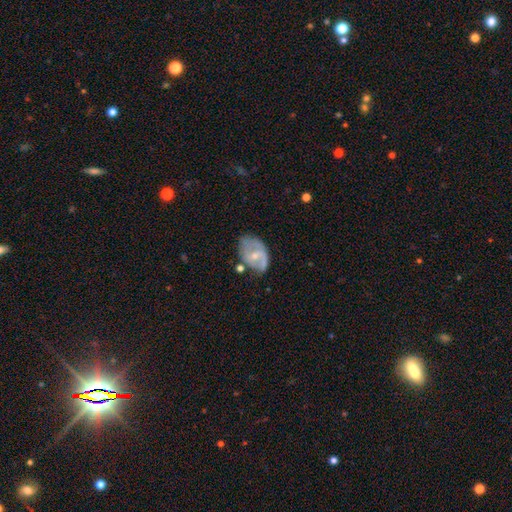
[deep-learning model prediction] A featured or disk galaxy (63%) with no bar (51%), spiral arms (67%) and a small central bulge (57%). Merging: none (40%).